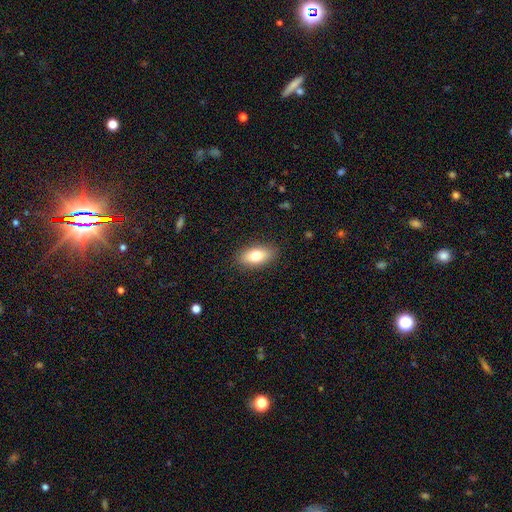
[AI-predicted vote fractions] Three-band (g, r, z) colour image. It shows a smooth galaxy with no disk features (78%) that is in between round and cigar-shaped (89%). Merging: none (88%).